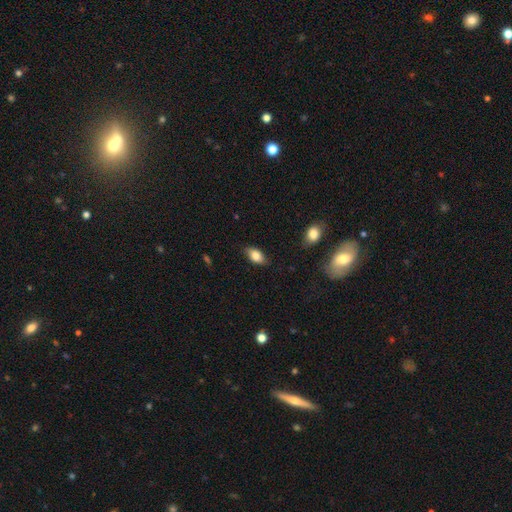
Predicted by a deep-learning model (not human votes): A smooth galaxy with no disk features (83%) that is in between round and cigar-shaped (90%). Merging: none (81%).